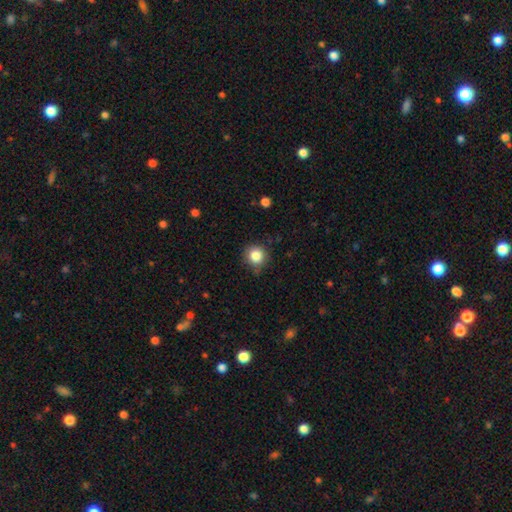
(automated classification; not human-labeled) smooth-or-featured: smooth: 84% | star or artifact: 11% | featured or disk: 5%
  how-rounded: round: 91% | in between: 8% | cigar-shaped: 1%
  merging: none: 81% | minor disturbance: 15% | major disturbance: 3% | merger: 2%